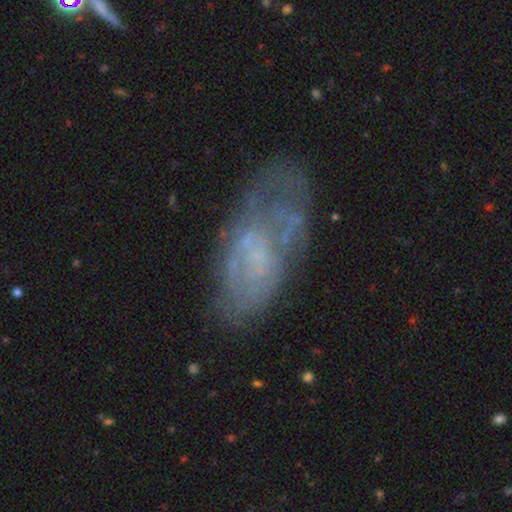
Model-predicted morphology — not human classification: This is likely a featured or disk galaxy (62%). It is clearly not viewed edge-on (94%). Bar: likely no (79%). Spiral arm pattern: likely no (62%). Central bulge: likely none (61%). Merging: possibly none (56%).